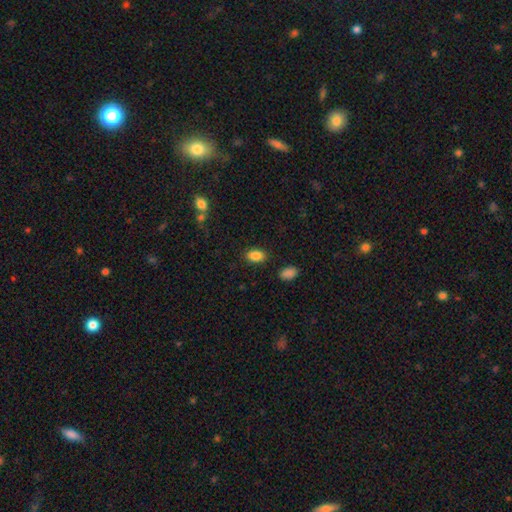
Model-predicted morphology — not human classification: smooth 87%, star or artifact 9%, featured or disk 4%. Down the decision tree: how rounded — in between (89%); merging — none (87%).